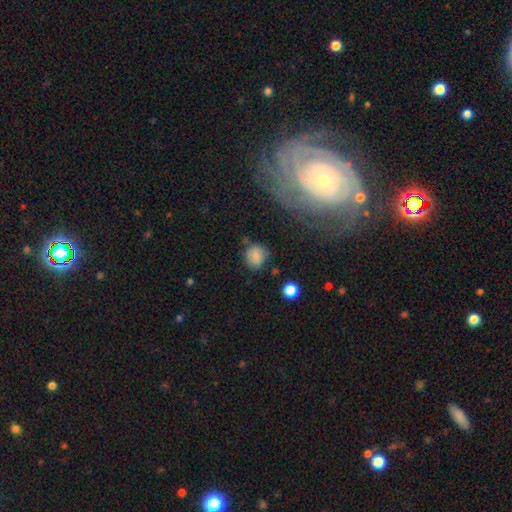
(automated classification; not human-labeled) Overall: smooth (78%). How rounded: round (67%; in between 32%). Merging: none (67%).